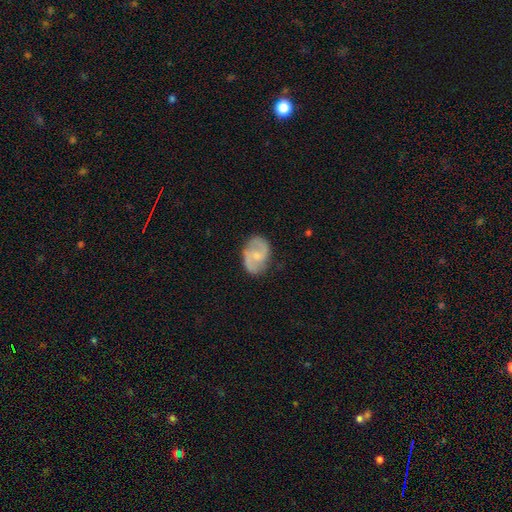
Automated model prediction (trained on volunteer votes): Morphology: type=featured or disk (73%); edge-on=no (98%); bar=weak (50%); spiral arms=yes (91%); winding=medium (50%); arm count=2 (89%); bulge=small (57%); merging=none (78%).